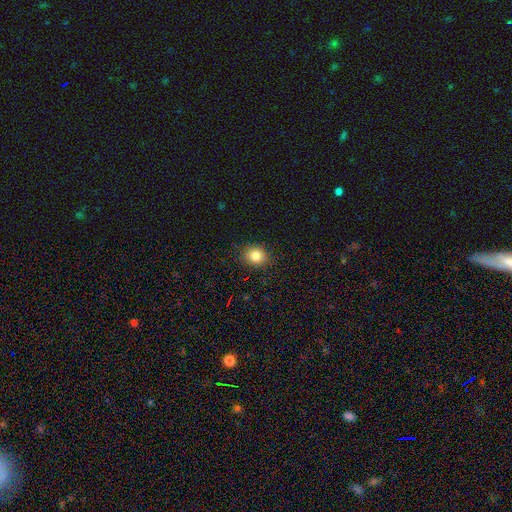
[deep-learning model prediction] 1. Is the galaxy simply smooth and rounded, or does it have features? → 83% smooth, 11% star or artifact, 6% featured or disk.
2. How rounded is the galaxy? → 71% round, 28% in between, 1% cigar-shaped.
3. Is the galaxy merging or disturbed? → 89% none, 8% minor disturbance, 2% major disturbance, 1% merger.